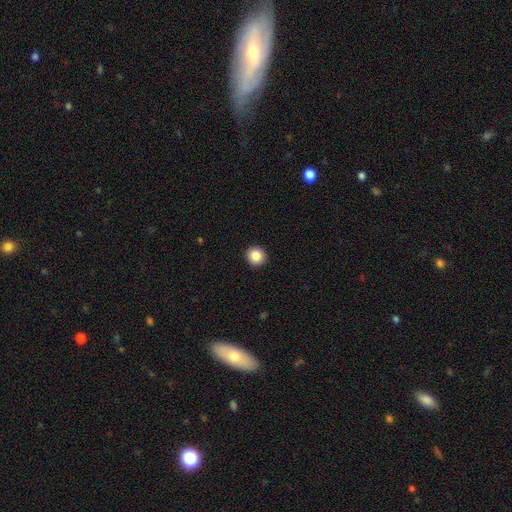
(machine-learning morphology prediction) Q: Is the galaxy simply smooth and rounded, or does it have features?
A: smooth — 87%.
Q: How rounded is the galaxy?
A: round — 94%.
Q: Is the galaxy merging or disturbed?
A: none — 93%.